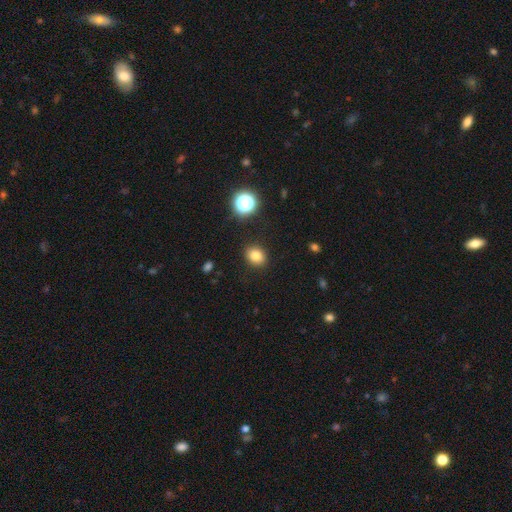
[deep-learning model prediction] Smooth or featured? smooth (80%)
How rounded? round (58%)
Merging? none (89%)